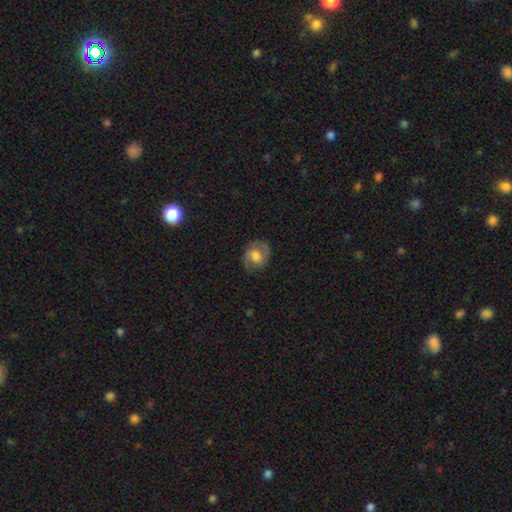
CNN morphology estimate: smooth-or-featured: featured or disk: 58% | smooth: 35% | star or artifact: 8%
  disk-edge-on: no: 97% | yes: 3%
    bar: no: 56% | weak: 35% | strong: 8%
    has-spiral-arms: yes: 82% | no: 18%
    bulge-size: moderate: 46% | large: 34% | small: 11% | none: 5% | dominant: 3%
  merging: none: 78% | minor disturbance: 15% | major disturbance: 6% | merger: 1%